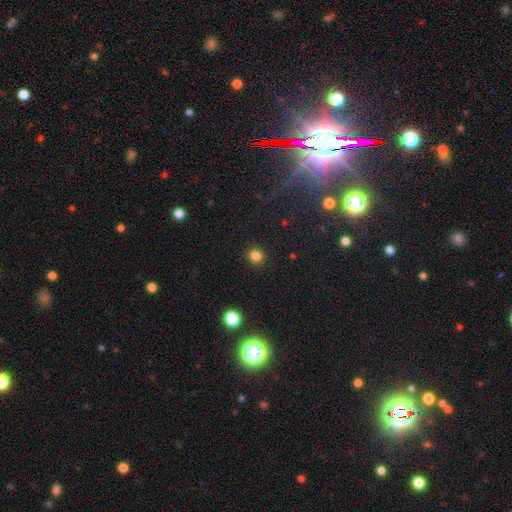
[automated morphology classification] This appears to be a smooth galaxy with no disk features (83%) that is round (91%). Merging: none (92%).